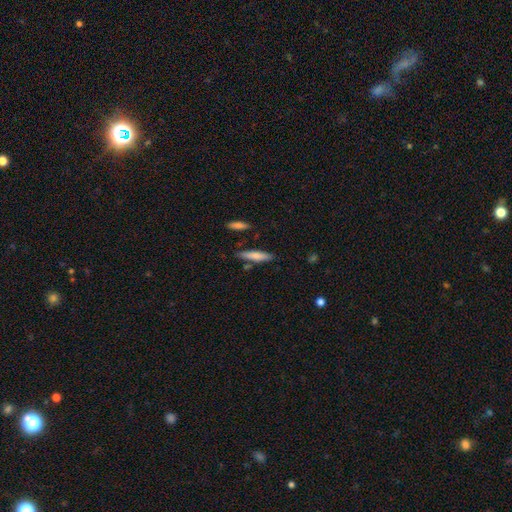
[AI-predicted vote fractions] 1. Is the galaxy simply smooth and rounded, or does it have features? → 73% smooth, 21% featured or disk, 6% star or artifact.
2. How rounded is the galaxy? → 80% cigar-shaped, 18% in between, 2% round.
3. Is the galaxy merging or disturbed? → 79% none, 12% minor disturbance, 6% merger, 3% major disturbance.